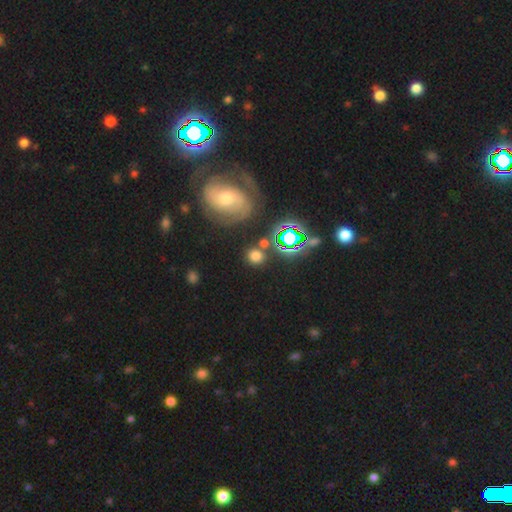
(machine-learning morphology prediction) The model was most divided on "smooth or featured": smooth: 63%, star or artifact: 25%, featured or disk: 11%. More confident: how rounded — round (86%); merging — none (78%).